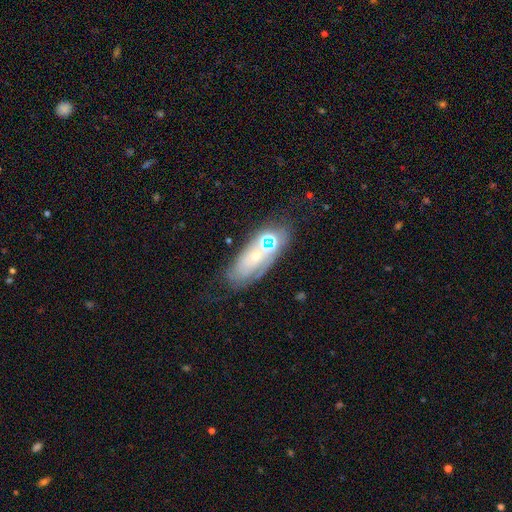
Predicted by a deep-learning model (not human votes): Smooth or featured: featured or disk — 56% (smooth — 30%)
Edge-on disk: no — 86% (yes — 14%)
Merging: none — 54% (minor disturbance — 20%)